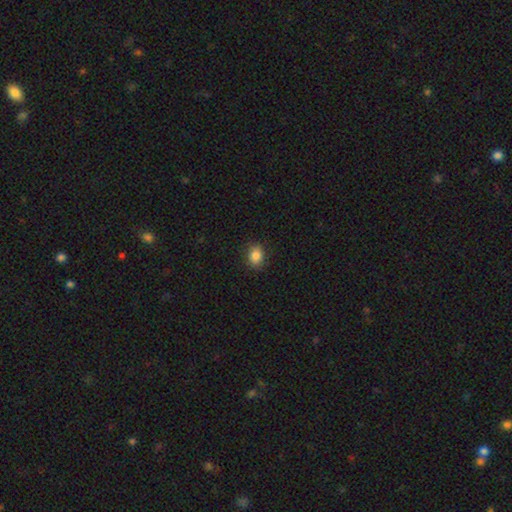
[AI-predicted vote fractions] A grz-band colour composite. It shows a smooth galaxy with no disk features (86%) that is in between round and cigar-shaped (59%). Merging: none (86%).